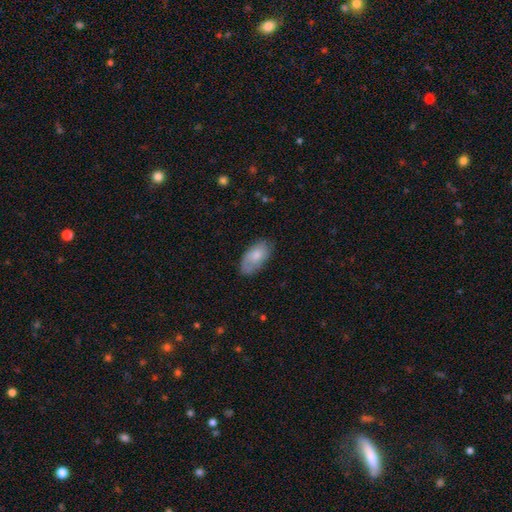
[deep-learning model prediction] The model was most divided on "merging": none: 68%, minor disturbance: 24%, major disturbance: 6%, merger: 2%. More confident: how rounded — in between (94%); smooth or featured — smooth (73%).